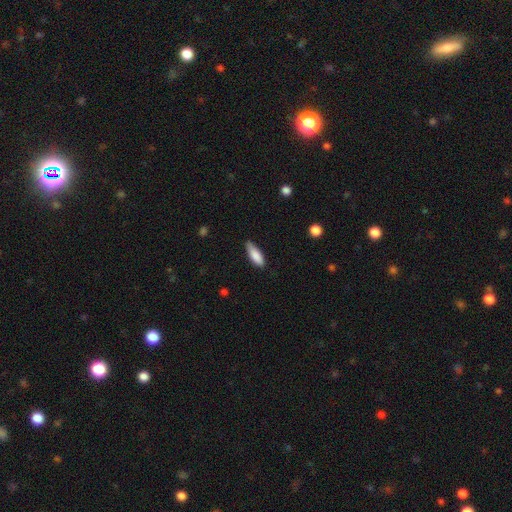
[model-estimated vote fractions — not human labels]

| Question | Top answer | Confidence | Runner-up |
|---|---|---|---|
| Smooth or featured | smooth | 85% | featured or disk (9%) |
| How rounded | in between | 63% | cigar-shaped (35%) |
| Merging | none | 72% | minor disturbance (23%) |